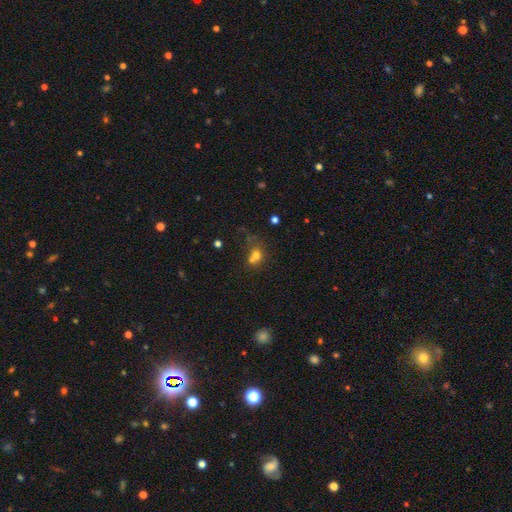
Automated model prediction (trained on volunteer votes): Smooth or featured: smooth — 66% (featured or disk — 17%)
How rounded: round — 72% (in between — 27%)
Merging: merger — 53% (none — 30%)